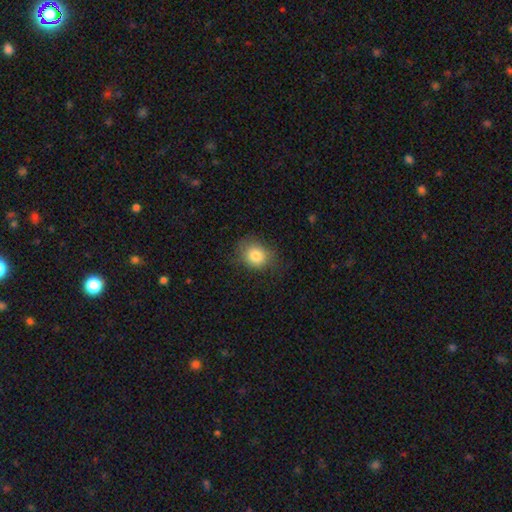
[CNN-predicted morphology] This is clearly a smooth galaxy (82%). How rounded: likely round (65%). Merging: likely none (74%).